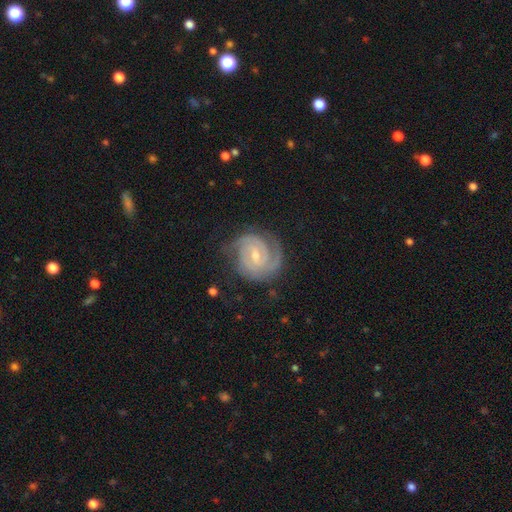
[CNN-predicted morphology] A featured or disk galaxy (89%) with a weak bar (56%), 2 (54%) tight (75%) spiral arms (98%) and a small central bulge (58%).

Vote fractions:
- Smooth or featured? featured or disk: 89% / smooth: 6% / star or artifact: 5%
- Edge-on disk? no: 98% / yes: 2%
- Bar? weak: 56% / no: 27% / strong: 16%
- Spiral arms? yes: 98% / no: 2%
- Spiral winding? tight: 75% / medium: 22% / loose: 3%
- Spiral arm count? 2: 54% / 3: 20% / can't tell: 14% / 4: 5% / 1: 4% / more than 4: 4%
- Bulge size? small: 58% / moderate: 38% / none: 2% / large: 1% / dominant: 1%
- Merging? none: 76% / minor disturbance: 17% / major disturbance: 6% / merger: 1%